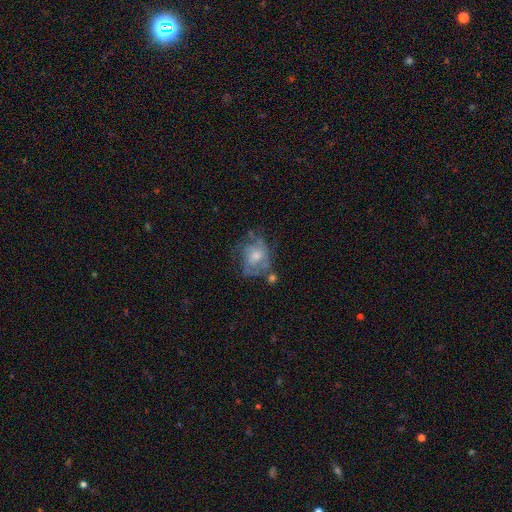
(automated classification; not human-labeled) Overall: featured or disk (65%; smooth 26%). Edge-on disk: no (97%). Bar: no (74%). Spiral arms: yes (68%; no 32%). Bulge size: moderate (49%; small 40%). Merging: none (46%; minor disturbance 24%).